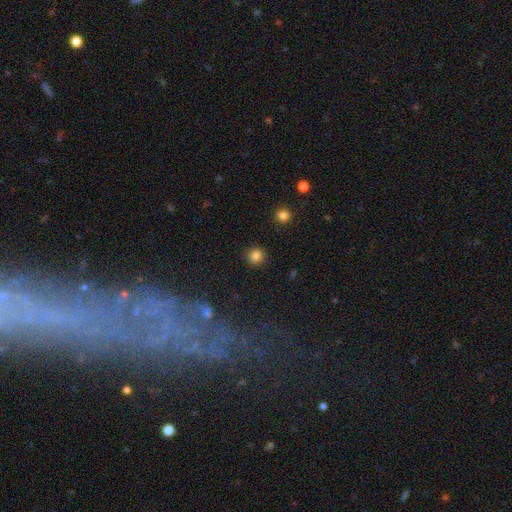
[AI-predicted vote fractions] Smooth or featured: smooth — 84% (star or artifact — 12%)
How rounded: round — 92% (in between — 7%)
Merging: none — 90% (minor disturbance — 6%)